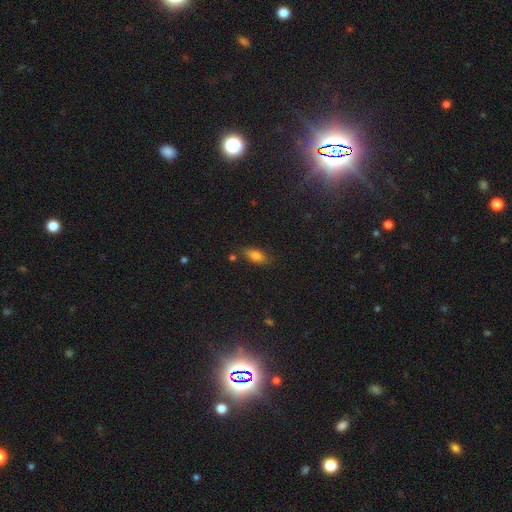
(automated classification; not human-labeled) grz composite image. It shows a smooth galaxy with no disk features (75%) that is in between round and cigar-shaped (78%). Merging: none (77%).